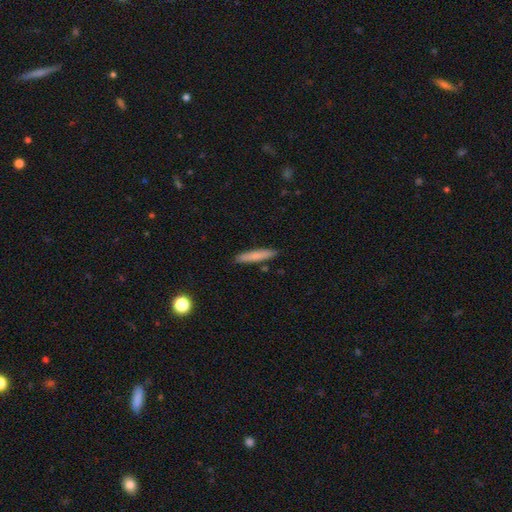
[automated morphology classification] smooth_or_featured: smooth (p=0.77) [alt: featured or disk p=0.17]
how_rounded: cigar-shaped (p=0.91) [alt: in between p=0.08]
merging: none (p=0.88) [alt: minor disturbance p=0.08]